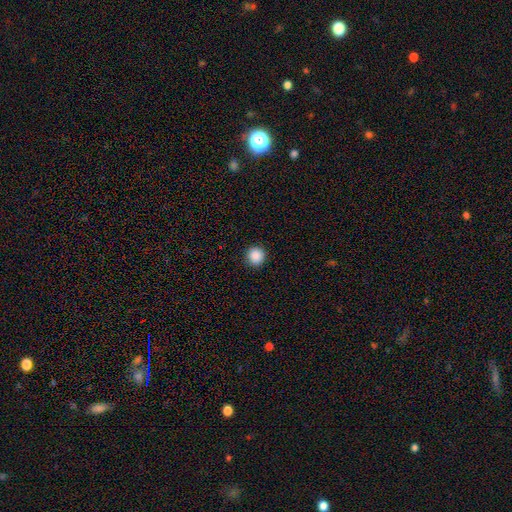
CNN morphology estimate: Smooth or featured: smooth — 89% (star or artifact — 9%)
How rounded: round — 94% (in between — 5%)
Merging: none — 92% (minor disturbance — 5%)